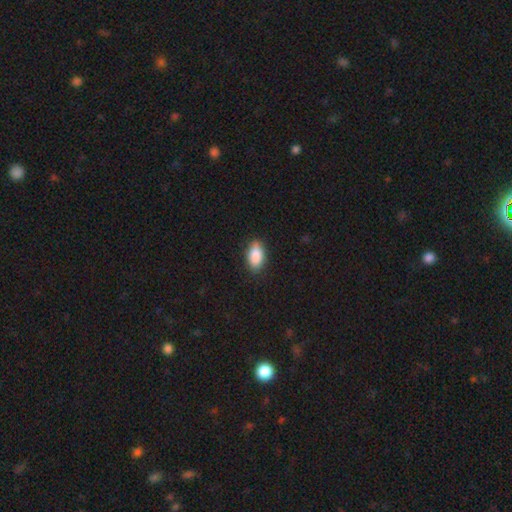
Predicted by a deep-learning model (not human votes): A smooth galaxy with no disk features (89%) that is in between round and cigar-shaped (92%). Merging: none (85%).